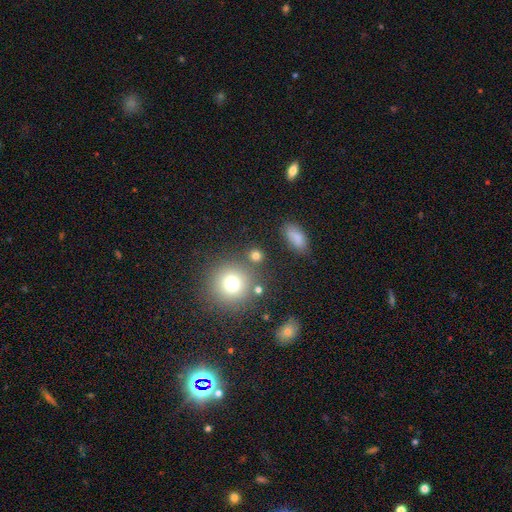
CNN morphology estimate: smooth-or-featured: smooth: 75% | star or artifact: 18% | featured or disk: 7%
  how-rounded: round: 81% | in between: 17% | cigar-shaped: 2%
  merging: none: 75% | merger: 11% | minor disturbance: 10% | major disturbance: 4%